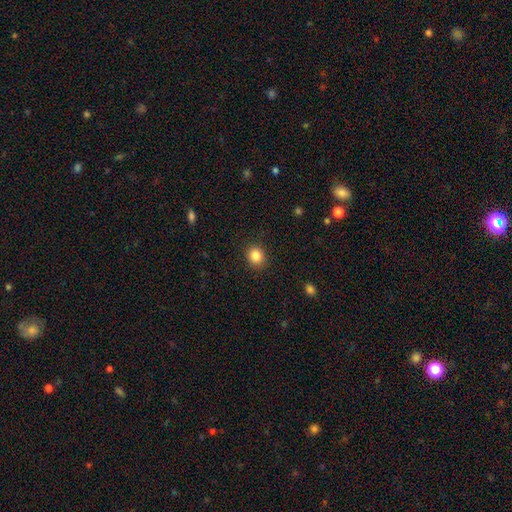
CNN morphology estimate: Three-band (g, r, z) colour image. It shows a smooth galaxy with no disk features (85%) that is round (77%). Merging: none (90%).